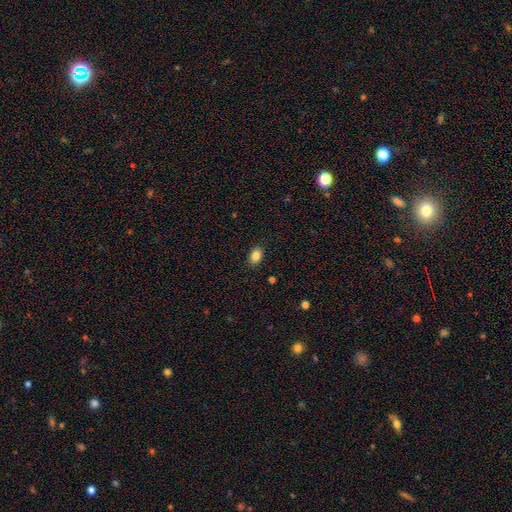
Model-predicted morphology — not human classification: type=smooth (85%); roundness=in between (80%); merging=none (88%).